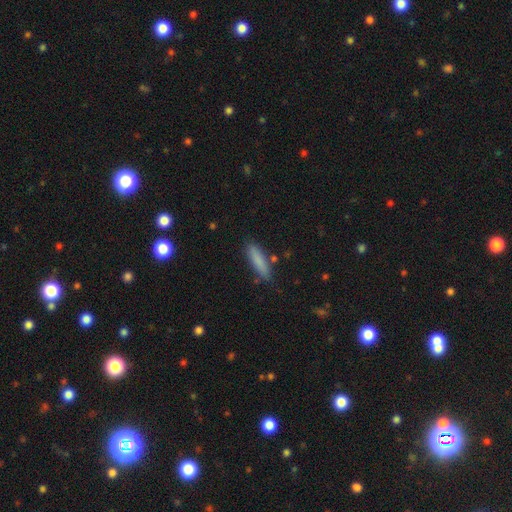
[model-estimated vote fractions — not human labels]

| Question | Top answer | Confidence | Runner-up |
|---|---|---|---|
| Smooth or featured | smooth | 81% | featured or disk (10%) |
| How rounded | cigar-shaped | 78% | in between (20%) |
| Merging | none | 84% | minor disturbance (11%) |